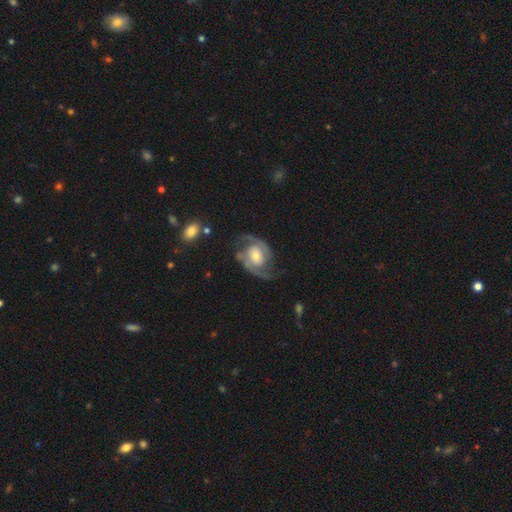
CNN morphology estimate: This is clearly a featured or disk galaxy (90%). It is clearly not viewed edge-on (97%). Bar: possibly no (58%). Spiral arm pattern: clearly yes (97%). Spiral arm count: clearly 2 (92%). Spiral winding: possibly medium (54%). Central bulge: possibly moderate (60%). Merging: likely none (72%).